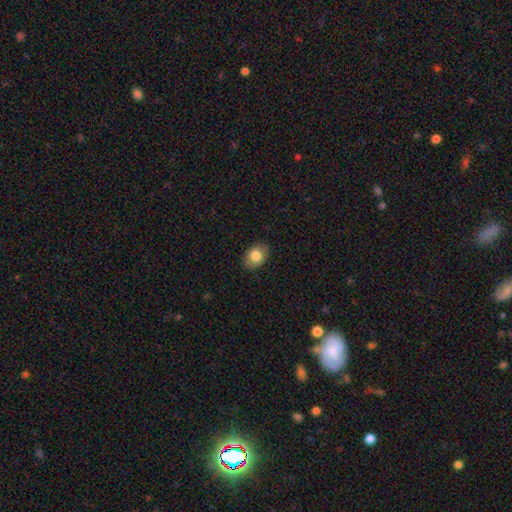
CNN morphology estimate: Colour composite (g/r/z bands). It shows a smooth galaxy with no disk features (80%) that is in between round and cigar-shaped (78%). Merging: none (87%).